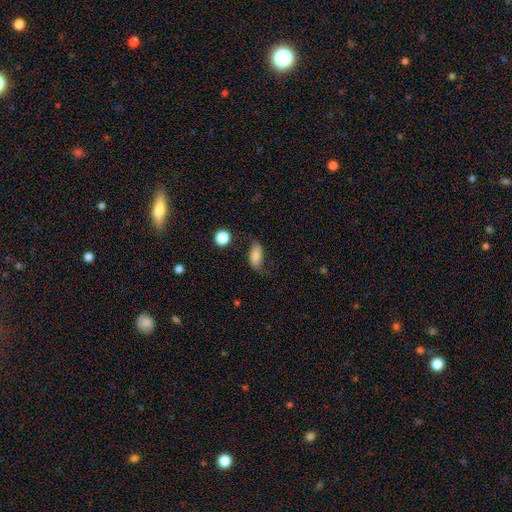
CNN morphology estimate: Smooth or featured?
  - smooth: 74% *
  - featured or disk: 17%
  - star or artifact: 9%
How rounded?
  - in between: 88% *
  - cigar-shaped: 7%
  - round: 5%
Merging?
  - none: 62% *
  - minor disturbance: 26%
  - major disturbance: 10%
  - merger: 2%